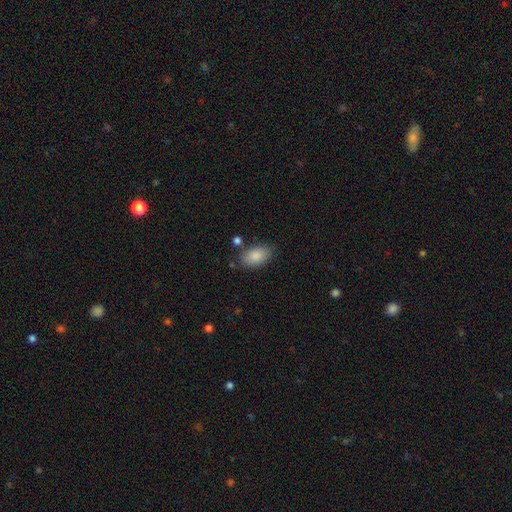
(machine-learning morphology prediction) smooth_or_featured: smooth (p=0.87) [alt: featured or disk p=0.07]
how_rounded: in between (p=0.93) [alt: round p=0.05]
merging: none (p=0.77) [alt: minor disturbance p=0.14]